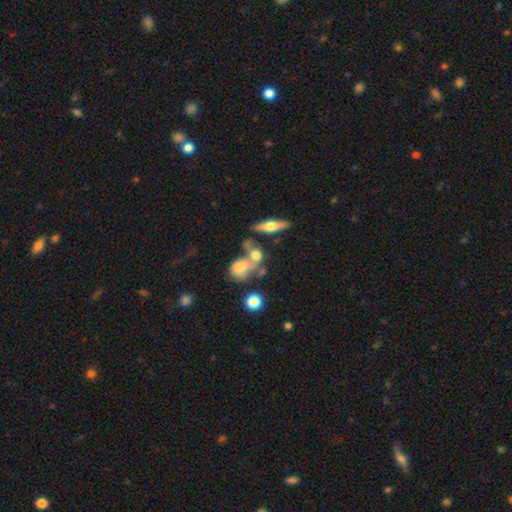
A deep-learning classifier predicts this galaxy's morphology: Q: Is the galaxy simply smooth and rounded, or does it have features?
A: smooth — 60%.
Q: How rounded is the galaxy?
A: in between — 48%.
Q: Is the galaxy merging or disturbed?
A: merger — 45%.